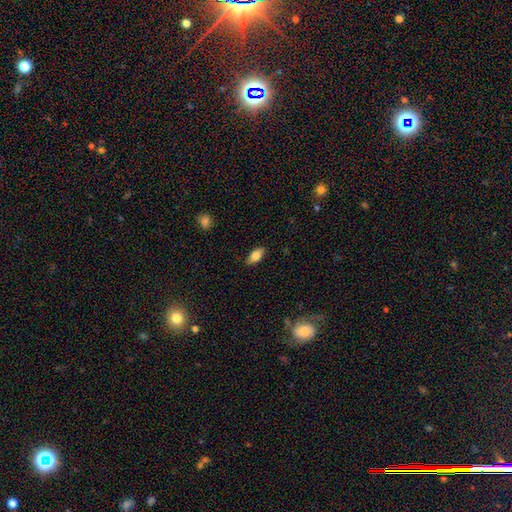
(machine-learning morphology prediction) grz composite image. It shows a smooth galaxy with no disk features (82%) that is in between round and cigar-shaped (89%). Merging: none (86%).